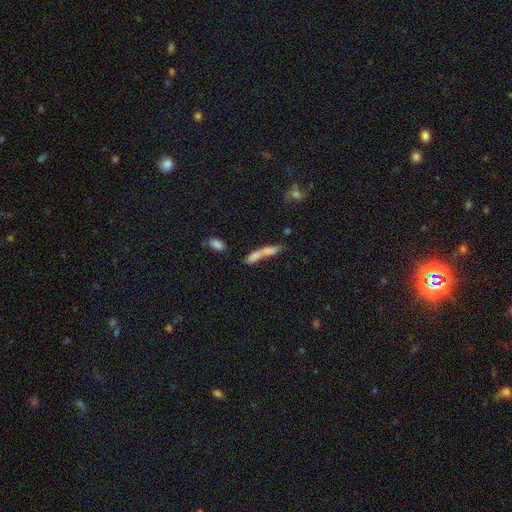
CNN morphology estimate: Smooth or featured?
  - smooth: 65% *
  - featured or disk: 22%
  - star or artifact: 13%
How rounded?
  - cigar-shaped: 64% *
  - in between: 32%
  - round: 4%
Merging?
  - merger: 52% *
  - none: 30%
  - minor disturbance: 10%
  - major disturbance: 7%